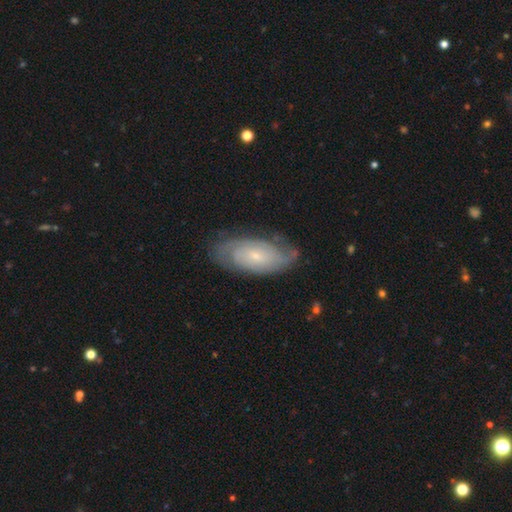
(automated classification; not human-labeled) A featured or disk galaxy (72%) with no bar (69%), tight (64%) spiral arms (89%) and a small central bulge (75%).

Vote fractions:
- Smooth or featured? featured or disk: 72% / smooth: 22% / star or artifact: 6%
- Edge-on disk? no: 92% / yes: 8%
- Bar? no: 69% / weak: 26% / strong: 5%
- Spiral arms? yes: 89% / no: 11%
- Spiral winding? tight: 64% / medium: 28% / loose: 8%
- Spiral arm count? can't tell: 43% / 2: 36% / 3: 9% / 4: 5% / 1: 4% / more than 4: 3%
- Bulge size? small: 75% / moderate: 20% / none: 2% / large: 1% / dominant: 1%
- Merging? none: 74% / minor disturbance: 19% / major disturbance: 6% / merger: 1%